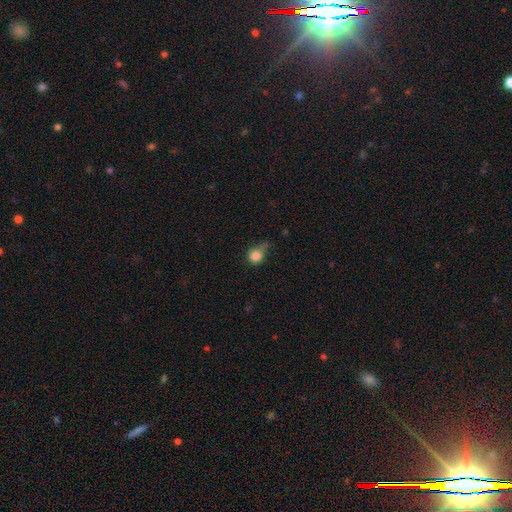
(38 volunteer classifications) Morphology: type=smooth (89%); roundness=round (91%); merging=minor disturbance (43%).